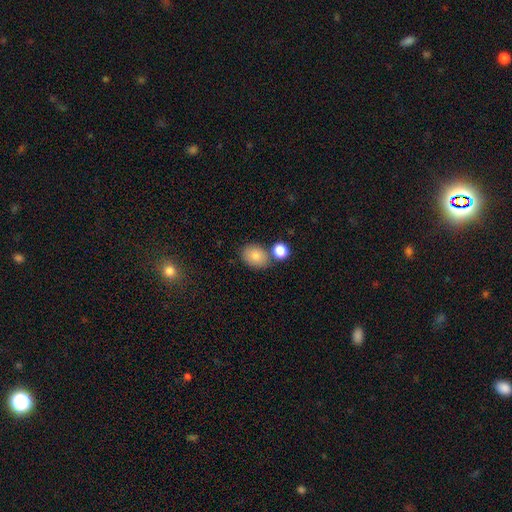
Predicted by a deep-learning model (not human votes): Smooth or featured? Predicted: smooth (p=0.82). How rounded? Predicted: in between (p=0.64). Merging? Predicted: none (p=0.69).